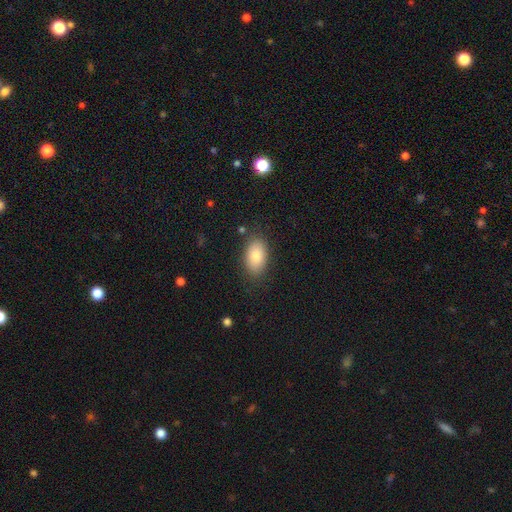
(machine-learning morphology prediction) Smooth or featured? smooth (82%)
How rounded? in between (92%)
Merging? none (83%)